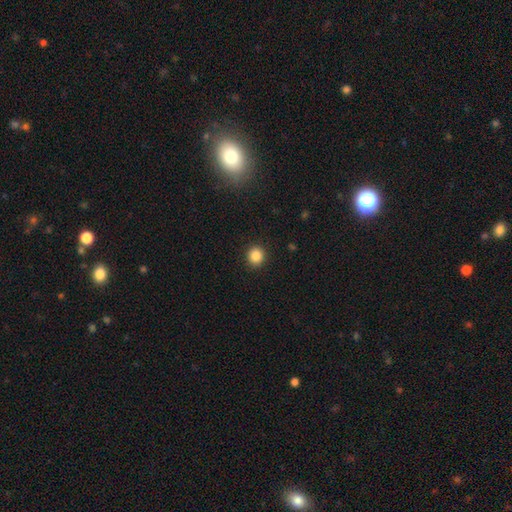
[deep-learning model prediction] Smooth or featured?
  - smooth: 86% *
  - star or artifact: 10%
  - featured or disk: 3%
How rounded?
  - round: 89% *
  - in between: 10%
  - cigar-shaped: 1%
Merging?
  - none: 91% *
  - minor disturbance: 5%
  - major disturbance: 2%
  - merger: 1%